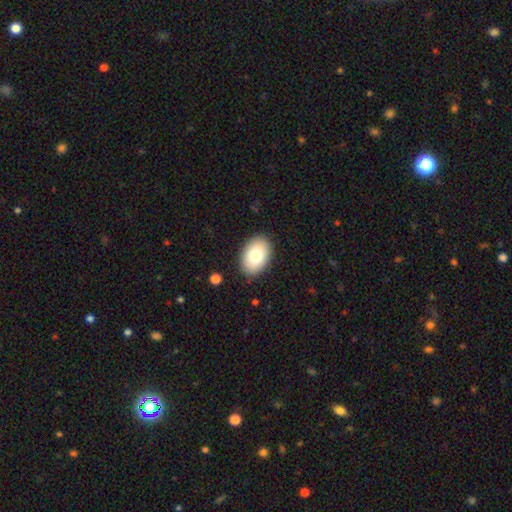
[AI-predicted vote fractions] Smooth or featured: smooth — 78% (featured or disk — 15%)
How rounded: in between — 88% (round — 11%)
Merging: none — 88% (minor disturbance — 8%)